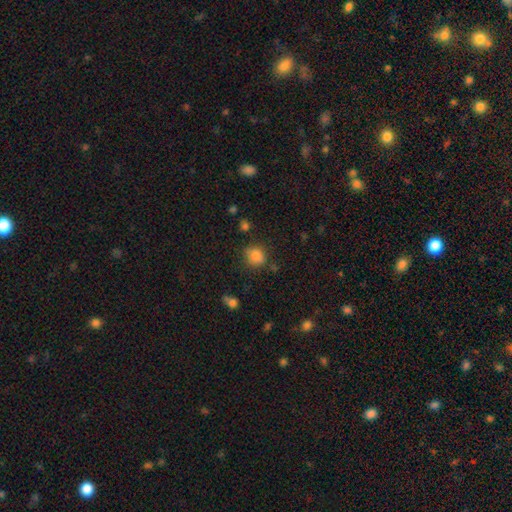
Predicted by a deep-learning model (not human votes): This appears to be a smooth galaxy with no disk features (83%) that is round (75%). Merging: none (74%).